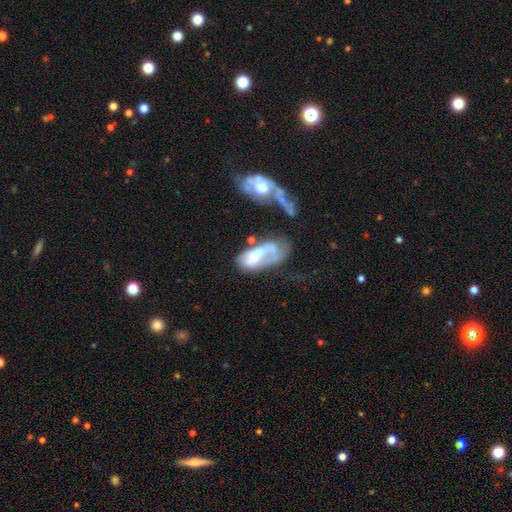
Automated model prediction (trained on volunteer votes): Smooth or featured? featured or disk (53%)
Edge-on disk? no (90%)
Merging? major disturbance (33%)